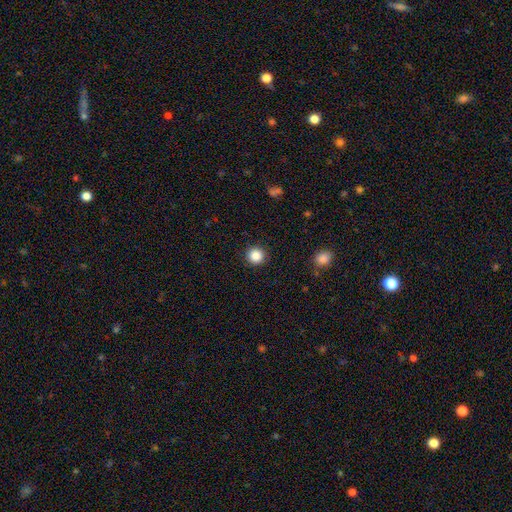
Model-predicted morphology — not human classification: A smooth galaxy with no disk features (87%) that is round (95%).

Vote fractions:
- Smooth or featured? smooth: 87% / star or artifact: 10% / featured or disk: 3%
- How rounded? round: 95% / in between: 4% / cigar-shaped: 1%
- Merging? none: 92% / minor disturbance: 5% / major disturbance: 2% / merger: 1%